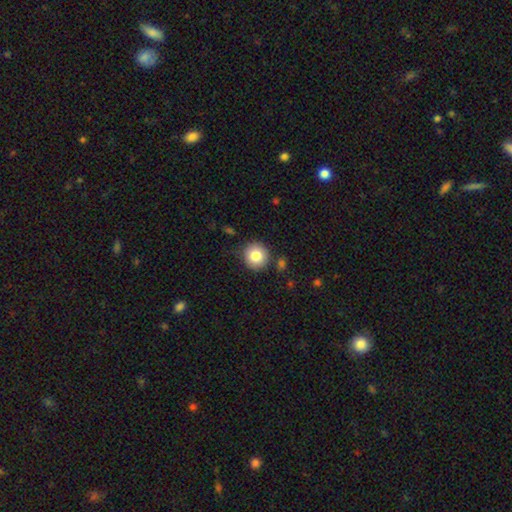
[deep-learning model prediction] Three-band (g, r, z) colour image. It shows a smooth galaxy with no disk features (83%) that is round (93%). Merging: none (84%).